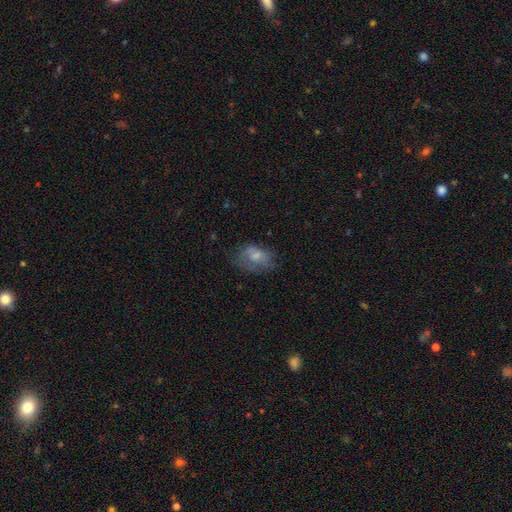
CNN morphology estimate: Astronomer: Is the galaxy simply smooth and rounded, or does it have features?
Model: smooth — 63%.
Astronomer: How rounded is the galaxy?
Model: in between — 81%.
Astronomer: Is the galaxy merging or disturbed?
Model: none — 48% (runner-up: minor disturbance, 29%).